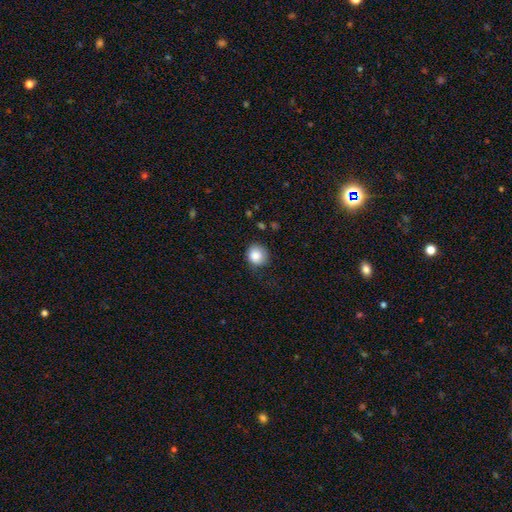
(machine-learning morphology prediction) Q: Smooth or featured?
A: smooth (86%); runner-up: star or artifact (9%)
Q: How rounded?
A: round (85%); runner-up: in between (15%)
Q: Merging?
A: none (73%); runner-up: minor disturbance (20%)